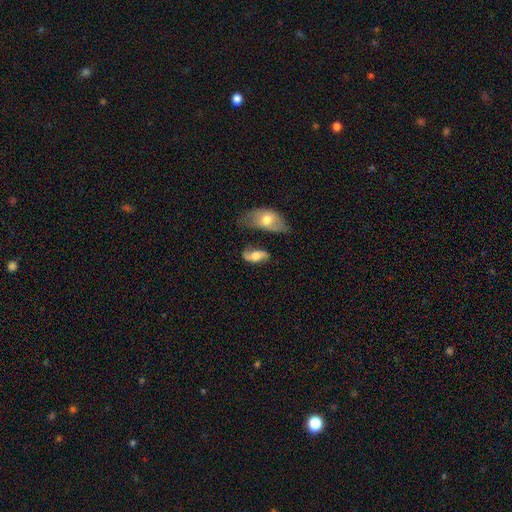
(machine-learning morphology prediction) smooth_or_featured: featured or disk (p=0.56) [alt: smooth p=0.37]
disk_edge_on: no (p=0.91) [alt: yes p=0.09]
bar: no (p=0.61) [alt: weak p=0.30]
has_spiral_arms: yes (p=0.83) [alt: no p=0.17]
bulge_size: moderate (p=0.55) [alt: large p=0.23]
merging: none (p=0.51) [alt: minor disturbance p=0.25]